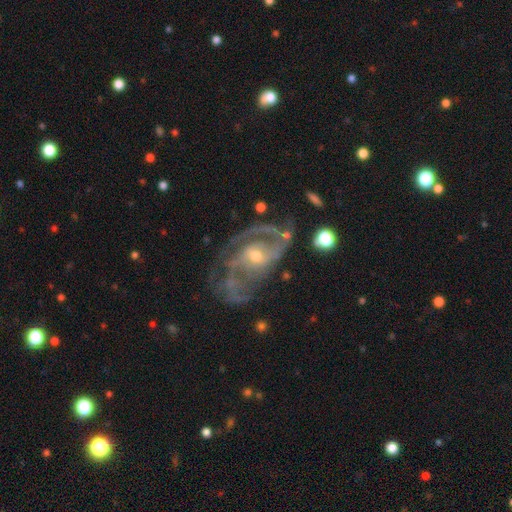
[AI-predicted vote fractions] A featured or disk galaxy (87%) with no bar (58%), 2 (51%) medium (48%) spiral arms (92%) and a small central bulge (51%). Merging: none (49%).